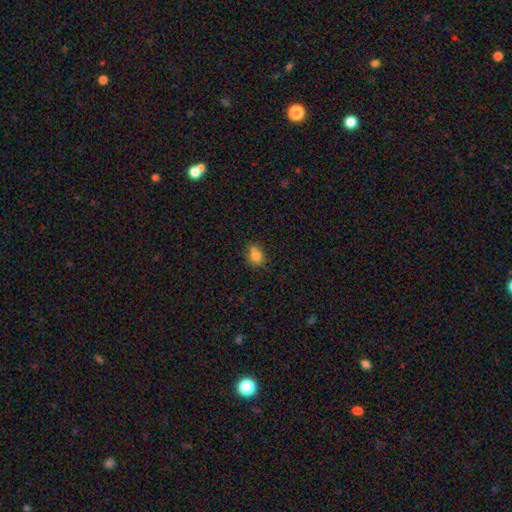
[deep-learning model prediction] Q: Smooth or featured?
A: smooth (80%); runner-up: star or artifact (11%)
Q: How rounded?
A: in between (62%); runner-up: round (35%)
Q: Merging?
A: none (65%); runner-up: minor disturbance (22%)